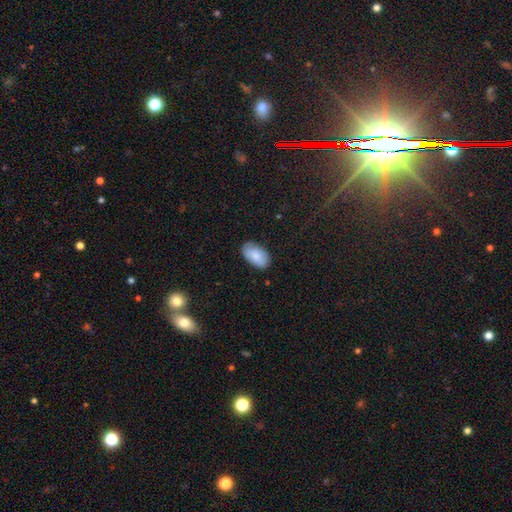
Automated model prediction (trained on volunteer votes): Morphology: type=smooth (83%); roundness=in between (95%); merging=none (80%).